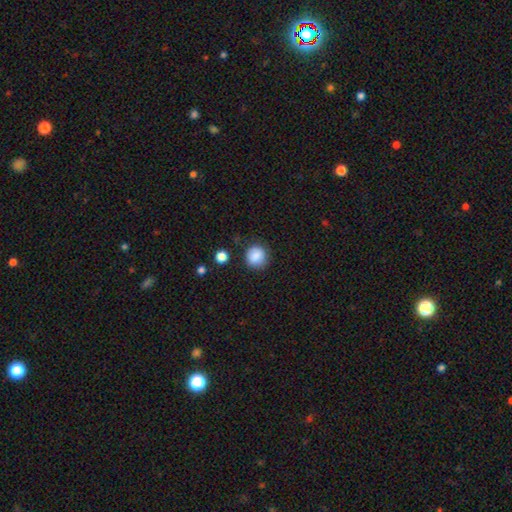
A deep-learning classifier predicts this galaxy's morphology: This is clearly a smooth galaxy (87%). How rounded: clearly round (89%). Merging: clearly none (84%).